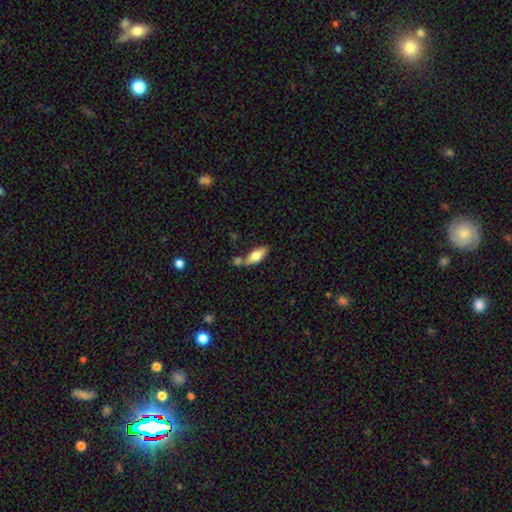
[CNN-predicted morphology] A smooth galaxy with no disk features (68%) that is in between round and cigar-shaped (75%).

Vote fractions:
- Smooth or featured? smooth: 68% / featured or disk: 26% / star or artifact: 7%
- How rounded? in between: 75% / cigar-shaped: 22% / round: 3%
- Merging? none: 54% / merger: 24% / minor disturbance: 17% / major disturbance: 5%